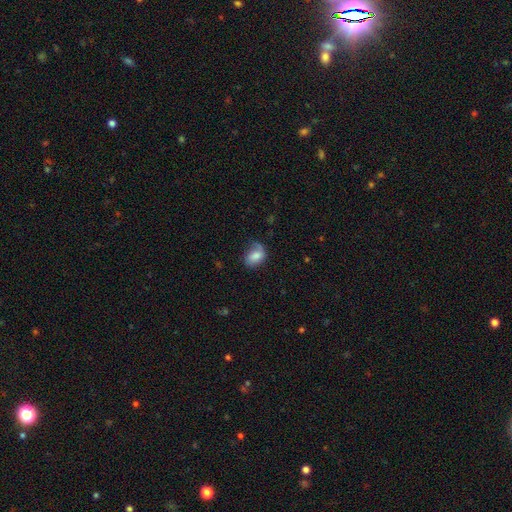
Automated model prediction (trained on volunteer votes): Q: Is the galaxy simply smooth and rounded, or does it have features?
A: smooth — 67%.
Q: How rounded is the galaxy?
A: in between — 77%.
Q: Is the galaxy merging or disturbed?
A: none — 49%.